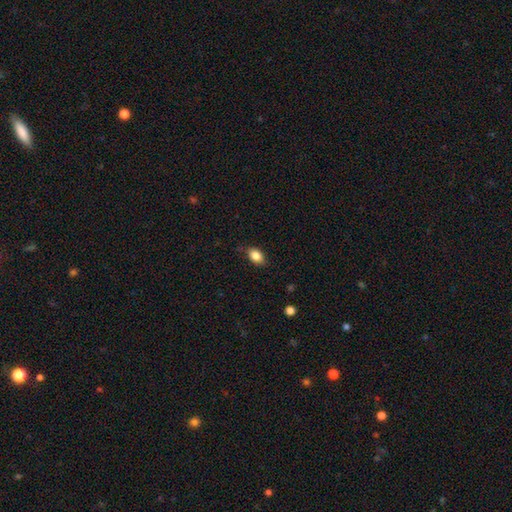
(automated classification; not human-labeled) Overall: smooth (86%). How rounded: in between (84%). Merging: none (81%).